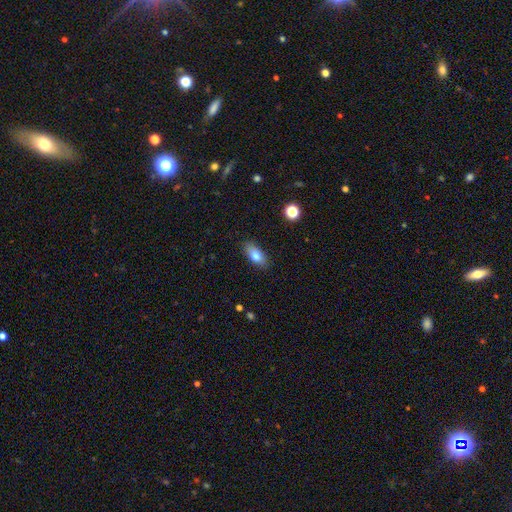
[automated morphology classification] This is likely a smooth galaxy (79%). How rounded: clearly in between (84%). Merging: clearly none (85%).